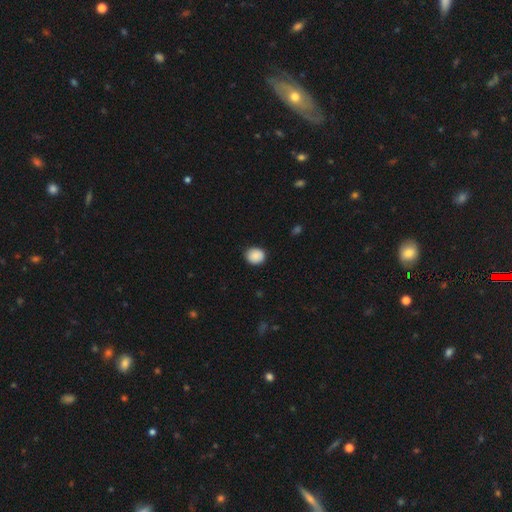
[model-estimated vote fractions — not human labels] This appears to be a smooth galaxy with no disk features (88%) that is round (68%). Merging: none (87%).